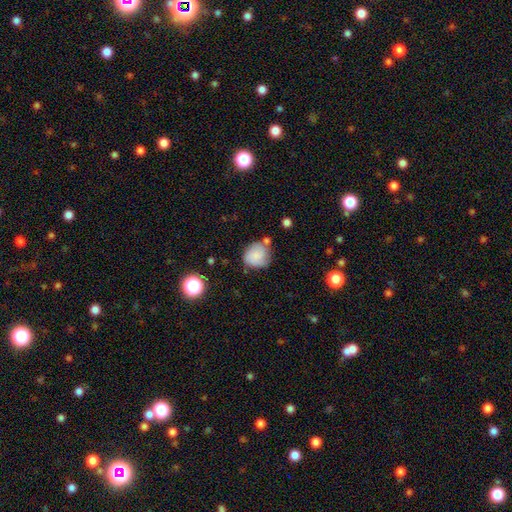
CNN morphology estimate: Smooth or featured: smooth — 80% (featured or disk — 11%)
How rounded: round — 76% (in between — 23%)
Merging: none — 56% (minor disturbance — 27%)